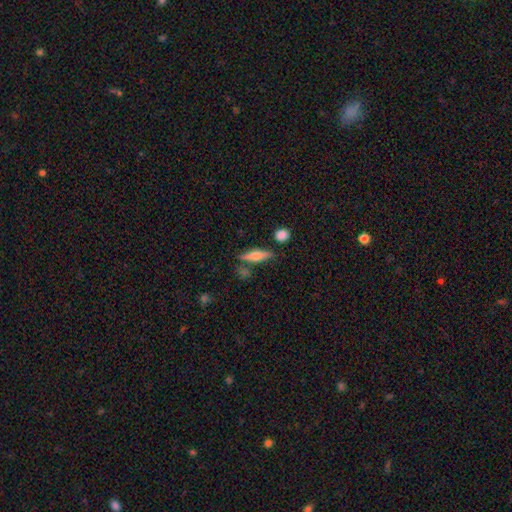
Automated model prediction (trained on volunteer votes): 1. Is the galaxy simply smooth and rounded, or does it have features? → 47% smooth, 46% featured or disk, 7% star or artifact.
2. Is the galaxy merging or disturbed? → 76% none, 13% minor disturbance, 6% merger, 4% major disturbance.